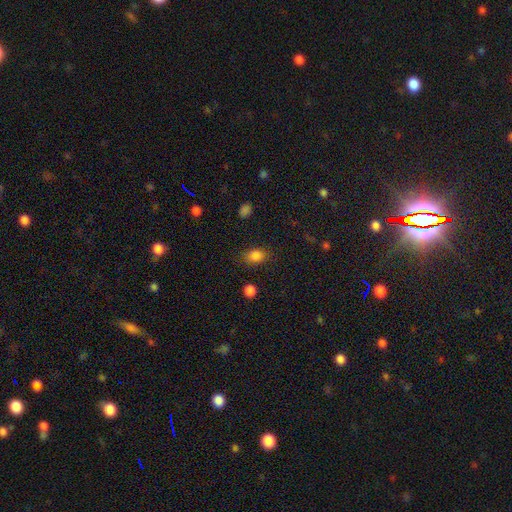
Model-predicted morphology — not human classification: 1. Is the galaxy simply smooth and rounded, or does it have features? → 84% smooth, 11% star or artifact, 5% featured or disk.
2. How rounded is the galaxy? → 68% in between, 30% round, 2% cigar-shaped.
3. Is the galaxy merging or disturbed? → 78% none, 15% minor disturbance, 5% major disturbance, 2% merger.